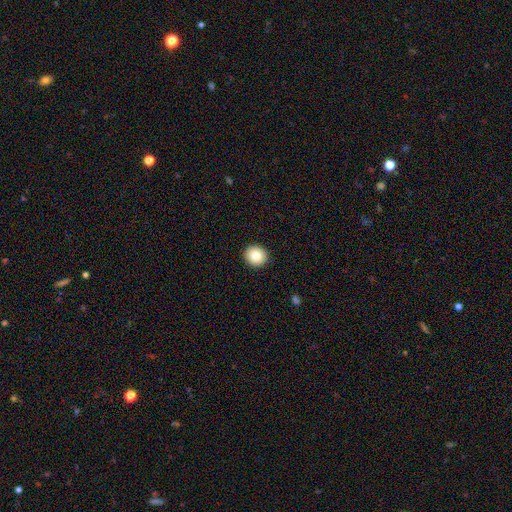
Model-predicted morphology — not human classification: This is clearly a smooth galaxy (82%). How rounded: clearly round (88%). Merging: clearly none (92%).